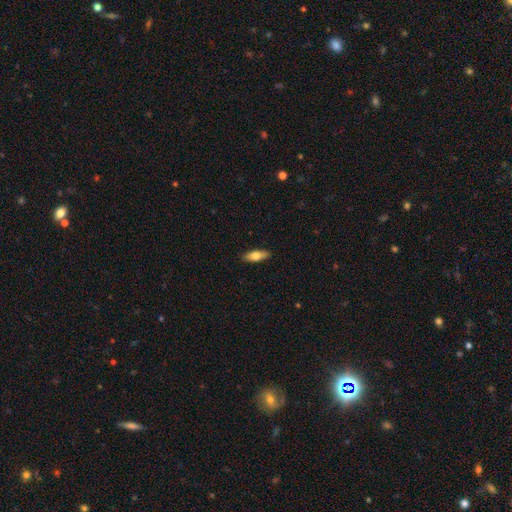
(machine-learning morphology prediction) Q: Smooth or featured?
A: smooth (70%); runner-up: featured or disk (24%)
Q: How rounded?
A: in between (61%); runner-up: cigar-shaped (37%)
Q: Merging?
A: none (90%); runner-up: minor disturbance (8%)